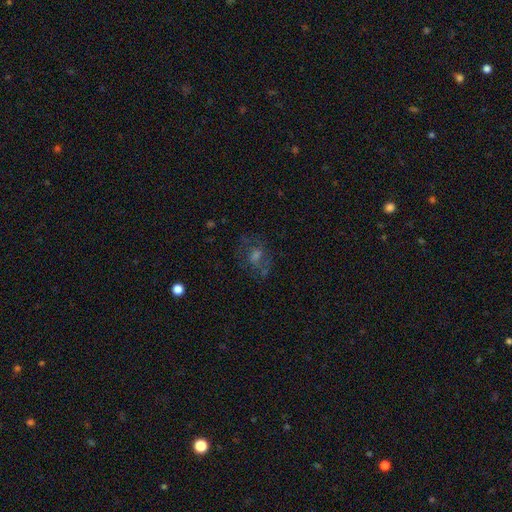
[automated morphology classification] The model was most divided on "smooth or featured": featured or disk: 43%, smooth: 32%, star or artifact: 25%. More confident: merging — none (64%).